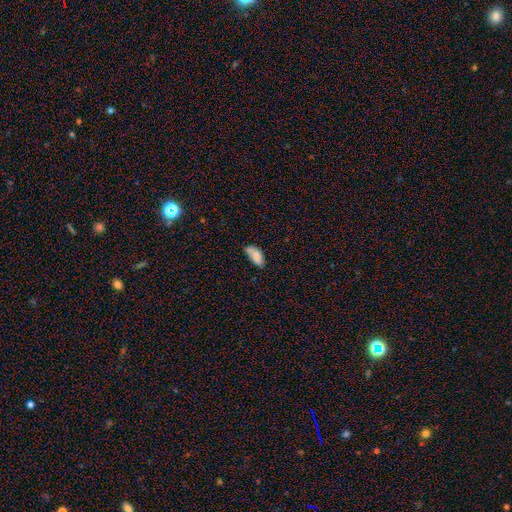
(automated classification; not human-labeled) smooth-or-featured: smooth: 81% | featured or disk: 11% | star or artifact: 8%
  how-rounded: in between: 89% | cigar-shaped: 9% | round: 3%
  merging: none: 49% | minor disturbance: 31% | merger: 12% | major disturbance: 9%